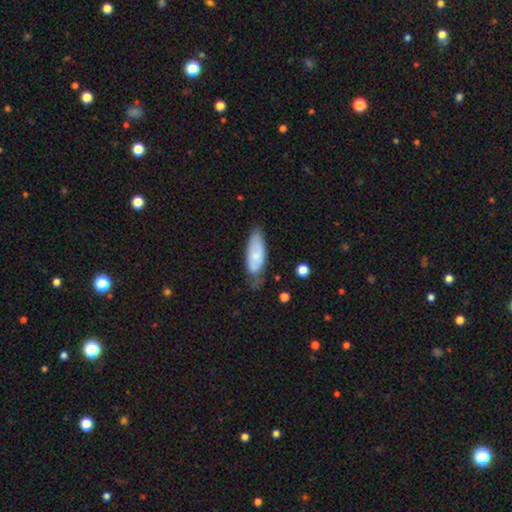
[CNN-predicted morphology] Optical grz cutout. It shows a smooth galaxy with no disk features (69%) that is in between round and cigar-shaped (73%). Merging: none (56%).